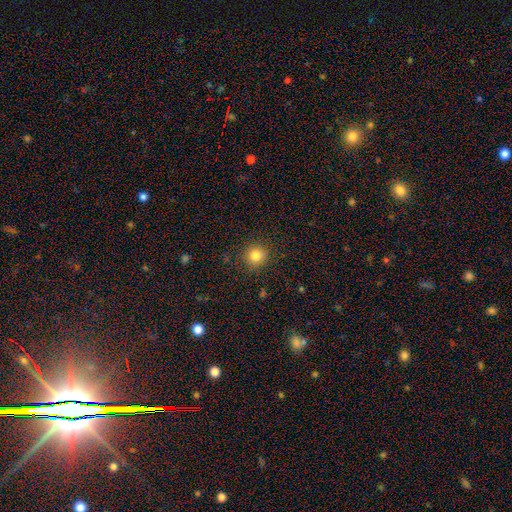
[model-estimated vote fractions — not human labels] Smooth or featured? Predicted: smooth (p=0.82). How rounded? Predicted: round (p=0.92). Merging? Predicted: none (p=0.90).